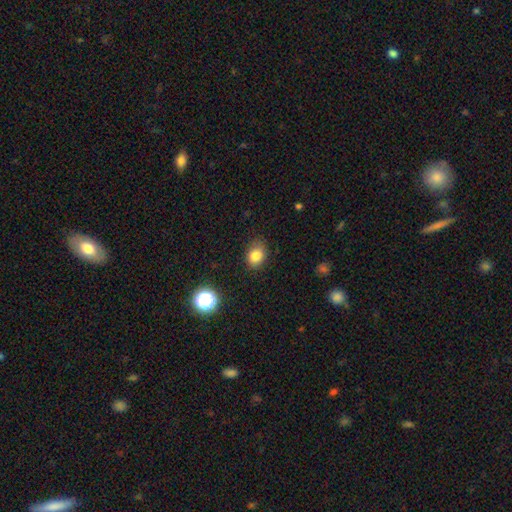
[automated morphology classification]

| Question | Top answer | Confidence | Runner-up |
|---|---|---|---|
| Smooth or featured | smooth | 81% | star or artifact (12%) |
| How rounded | in between | 57% | round (42%) |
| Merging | none | 78% | minor disturbance (17%) |